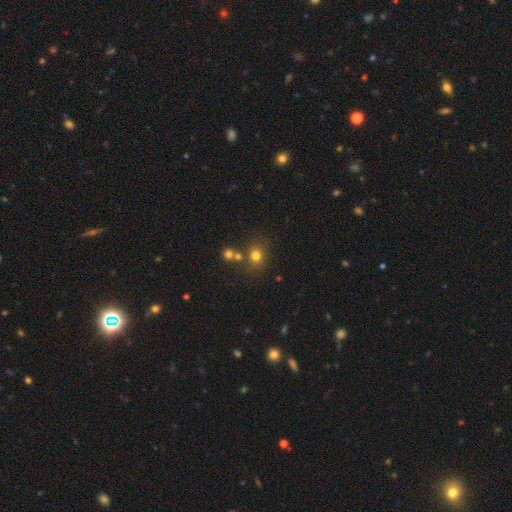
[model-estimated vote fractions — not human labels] This is likely a smooth galaxy (74%). How rounded: likely round (73%). Merging: likely none (68%).